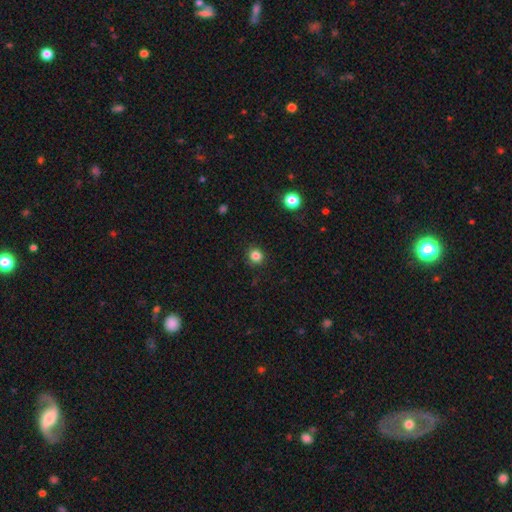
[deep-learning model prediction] A smooth galaxy with no disk features (83%) that is round (90%).

Vote fractions:
- Smooth or featured? smooth: 83% / star or artifact: 13% / featured or disk: 4%
- How rounded? round: 90% / in between: 9% / cigar-shaped: 1%
- Merging? none: 90% / minor disturbance: 7% / major disturbance: 2% / merger: 1%